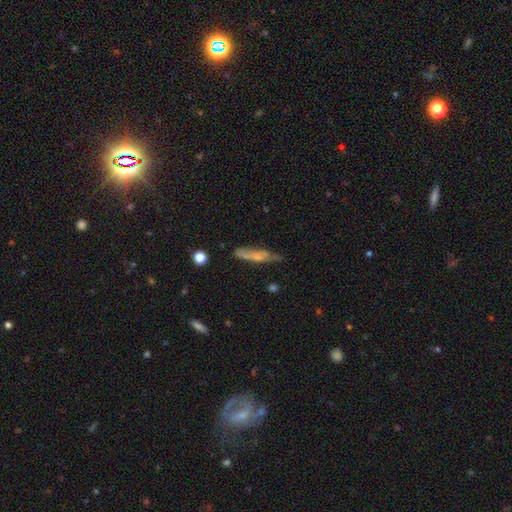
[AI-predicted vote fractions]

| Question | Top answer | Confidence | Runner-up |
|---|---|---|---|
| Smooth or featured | smooth | 52% | featured or disk (39%) |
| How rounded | cigar-shaped | 82% | in between (15%) |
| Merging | none | 59% | minor disturbance (27%) |